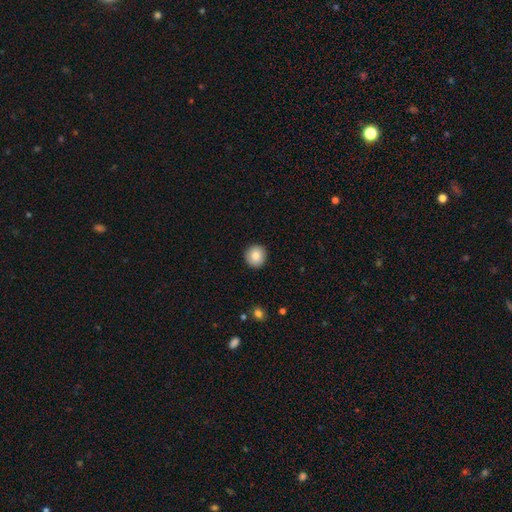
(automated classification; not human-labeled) smooth-or-featured: smooth: 86% | star or artifact: 8% | featured or disk: 6%
  how-rounded: round: 93% | in between: 6% | cigar-shaped: 1%
  merging: none: 92% | minor disturbance: 6% | major disturbance: 2% | merger: 1%